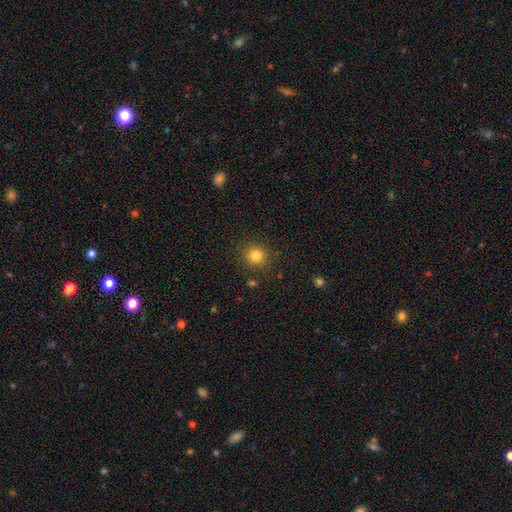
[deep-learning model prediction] Smooth or featured? smooth (82%)
How rounded? round (93%)
Merging? none (88%)